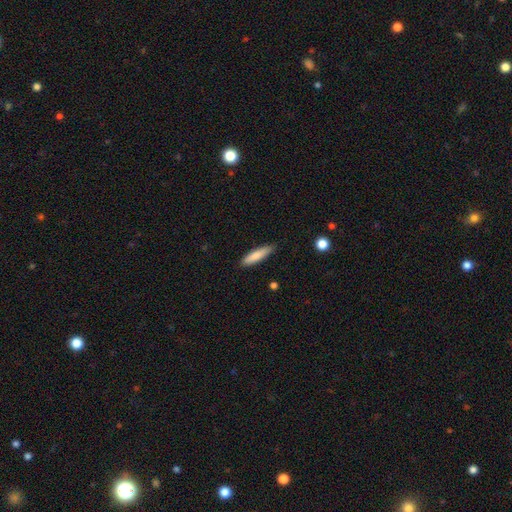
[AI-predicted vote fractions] This is clearly a smooth galaxy (81%). How rounded: likely cigar-shaped (78%). Merging: clearly none (86%).